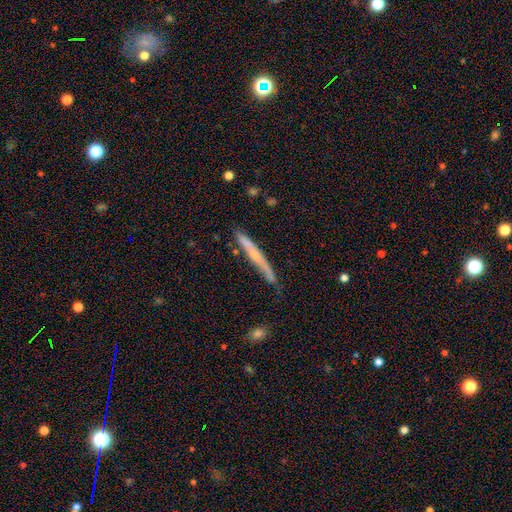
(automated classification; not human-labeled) Overall: featured or disk (52%; smooth 42%). Edge-on disk: yes (92%). Merging: none (69%).